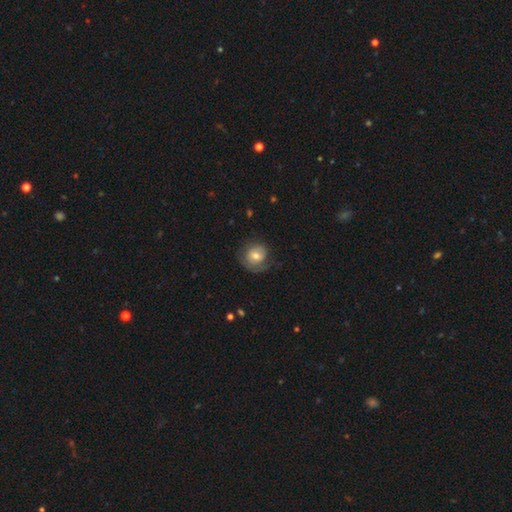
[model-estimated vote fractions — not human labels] smooth-or-featured: smooth: 52% | featured or disk: 41% | star or artifact: 7%
  how-rounded: round: 80% | in between: 19% | cigar-shaped: 1%
  merging: none: 58% | minor disturbance: 24% | major disturbance: 17% | merger: 1%